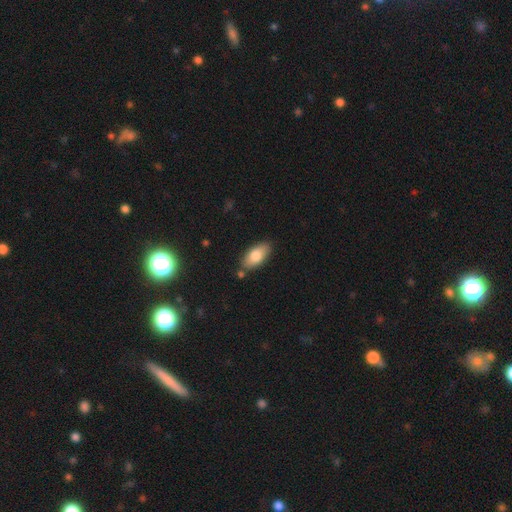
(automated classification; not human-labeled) The model was most divided on "smooth or featured": smooth: 79%, featured or disk: 14%, star or artifact: 6%. More confident: how rounded — in between (90%); merging — none (80%).